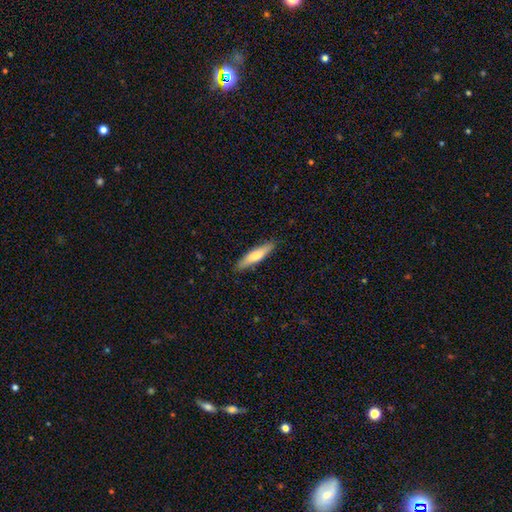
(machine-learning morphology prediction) A smooth galaxy with no disk features (70%) that is cigar-shaped (81%). Merging: none (88%).